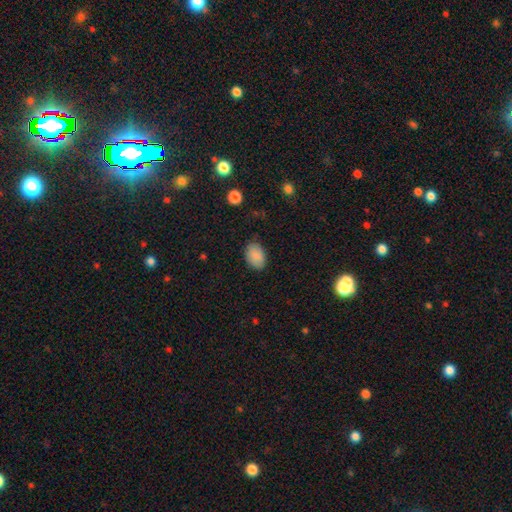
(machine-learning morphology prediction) Q: Smooth or featured?
A: smooth (87%); runner-up: star or artifact (7%)
Q: How rounded?
A: in between (86%); runner-up: round (13%)
Q: Merging?
A: none (83%); runner-up: minor disturbance (13%)